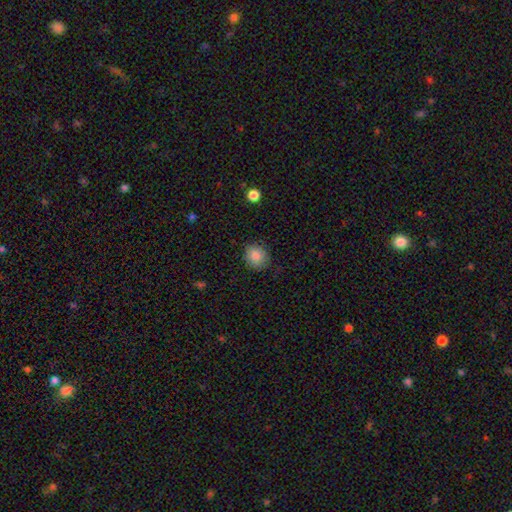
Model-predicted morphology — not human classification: A smooth galaxy with no disk features (86%) that is round (77%). Merging: none (81%).